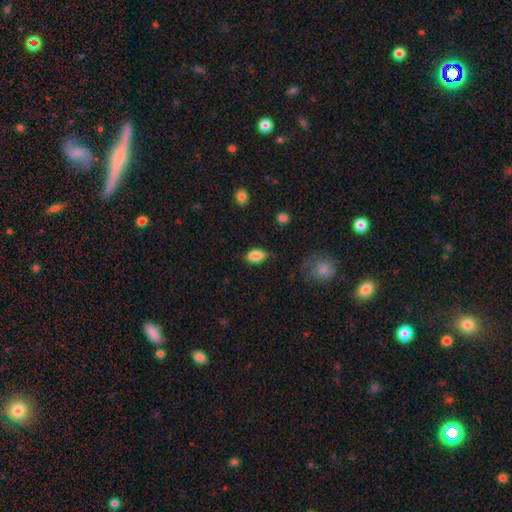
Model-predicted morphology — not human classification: type=smooth (84%); roundness=in between (88%); merging=none (57%).